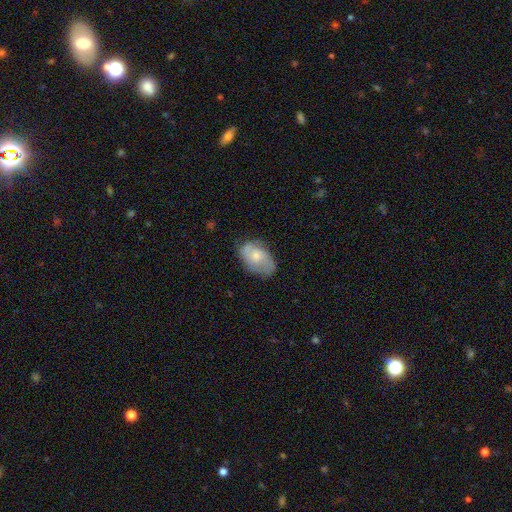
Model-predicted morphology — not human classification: This is possibly a featured or disk galaxy (48%). Merging: likely none (63%).